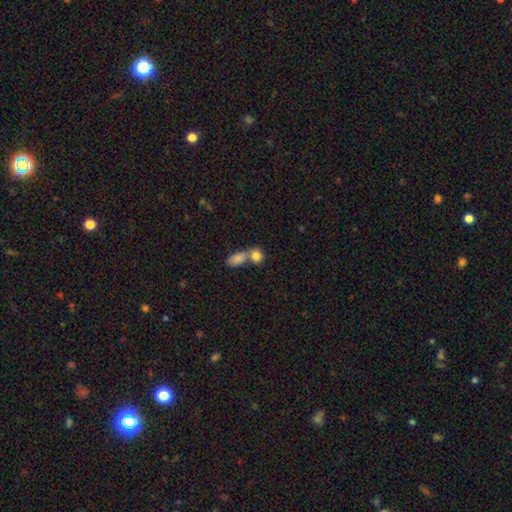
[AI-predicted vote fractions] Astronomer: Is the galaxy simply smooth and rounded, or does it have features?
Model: smooth — 84%.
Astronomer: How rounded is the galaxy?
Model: round — 50% (runner-up: in between, 47%).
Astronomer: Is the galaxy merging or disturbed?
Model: merger — 59%.